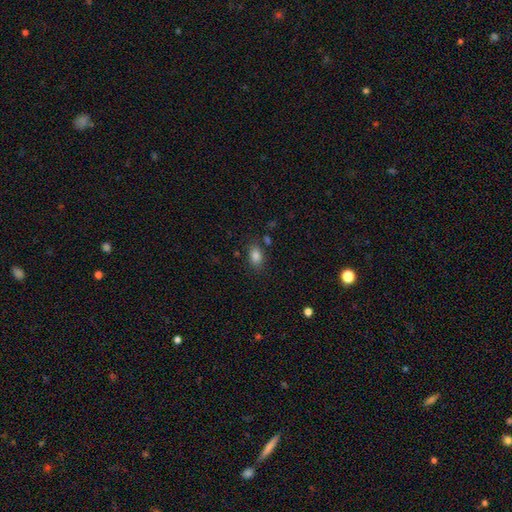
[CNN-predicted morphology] smooth_or_featured: smooth (p=0.84) [alt: star or artifact p=0.10]
how_rounded: in between (p=0.83) [alt: round p=0.16]
merging: none (p=0.77) [alt: minor disturbance p=0.13]